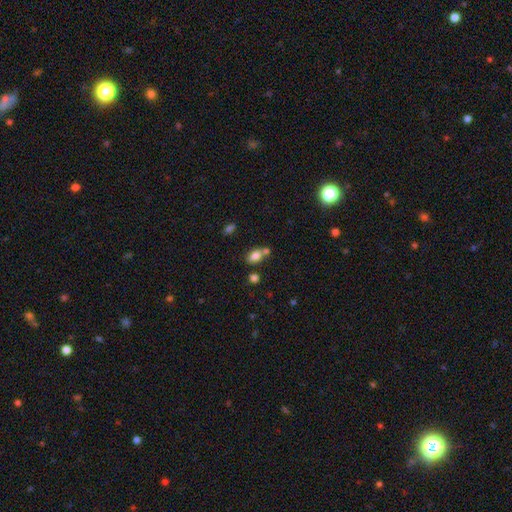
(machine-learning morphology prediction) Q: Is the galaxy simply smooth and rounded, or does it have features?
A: smooth — 81%.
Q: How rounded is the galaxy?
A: in between — 83%.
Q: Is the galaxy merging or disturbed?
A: none — 54%.